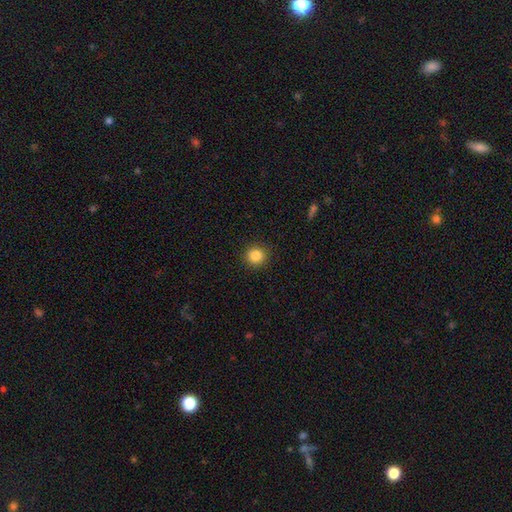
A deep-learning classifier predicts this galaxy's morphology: smooth-or-featured: smooth: 84% | star or artifact: 11% | featured or disk: 4%
  how-rounded: round: 93% | in between: 6% | cigar-shaped: 1%
  merging: none: 92% | minor disturbance: 5% | major disturbance: 2% | merger: 1%